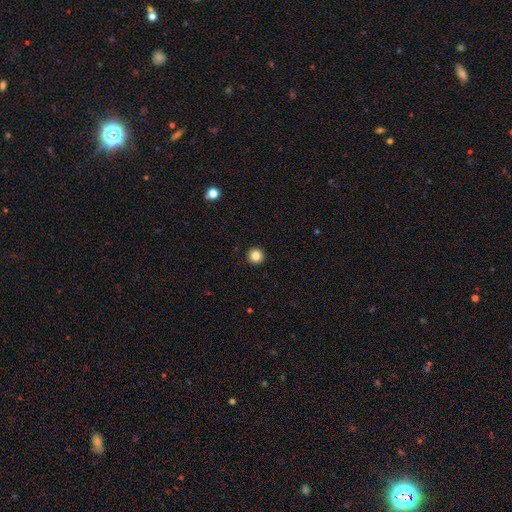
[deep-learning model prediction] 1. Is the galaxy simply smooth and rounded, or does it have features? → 85% smooth, 10% star or artifact, 5% featured or disk.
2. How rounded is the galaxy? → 96% round, 3% in between, 1% cigar-shaped.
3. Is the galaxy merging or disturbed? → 94% none, 4% minor disturbance, 1% major disturbance, 1% merger.